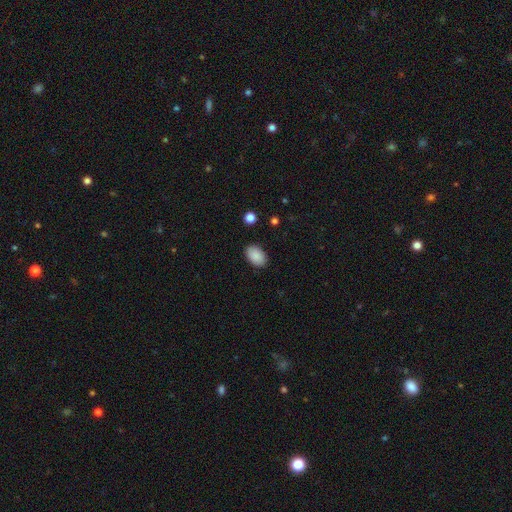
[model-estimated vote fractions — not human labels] smooth-or-featured: smooth: 89% | star or artifact: 7% | featured or disk: 4%
  how-rounded: in between: 90% | round: 8% | cigar-shaped: 1%
  merging: none: 88% | minor disturbance: 8% | major disturbance: 2% | merger: 1%